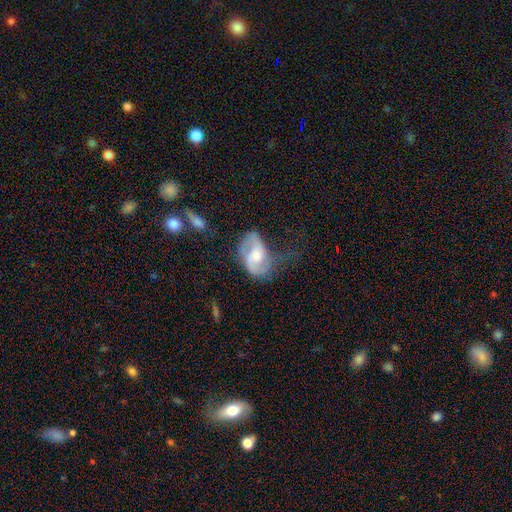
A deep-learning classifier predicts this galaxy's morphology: A featured or disk galaxy (72%) with no bar (50%), 2 (83%) medium (44%) spiral arms (88%) and a moderate central bulge (56%). Merging: none (38%).